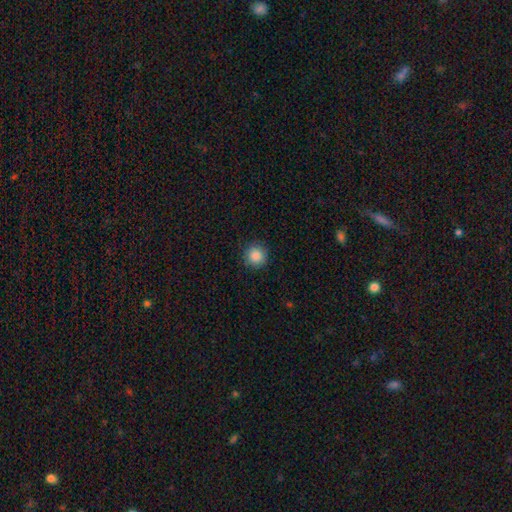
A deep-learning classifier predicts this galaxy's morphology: A smooth galaxy with no disk features (87%) that is round (94%).

Vote fractions:
- Smooth or featured? smooth: 87% / star or artifact: 9% / featured or disk: 4%
- How rounded? round: 94% / in between: 5% / cigar-shaped: 1%
- Merging? none: 89% / minor disturbance: 8% / major disturbance: 2% / merger: 1%